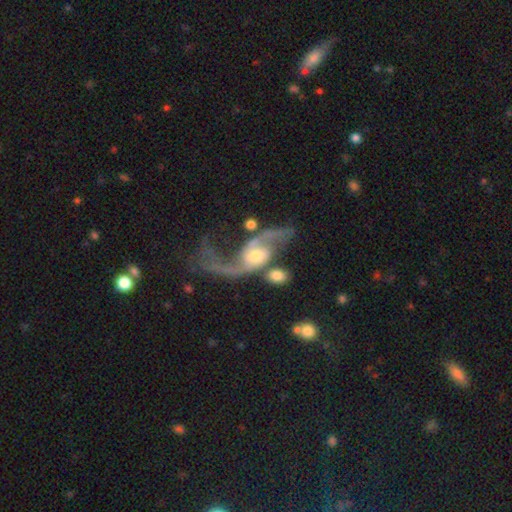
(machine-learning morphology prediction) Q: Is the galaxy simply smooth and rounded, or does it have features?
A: featured or disk — 89%.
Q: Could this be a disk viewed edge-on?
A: no — 96%.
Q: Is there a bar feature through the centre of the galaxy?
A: no — 48%.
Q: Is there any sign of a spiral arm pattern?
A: yes — 96%.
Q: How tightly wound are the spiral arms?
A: loose — 78%.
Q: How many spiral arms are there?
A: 2 — 89%.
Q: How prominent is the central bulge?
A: moderate — 54%.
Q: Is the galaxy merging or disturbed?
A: none — 38%.